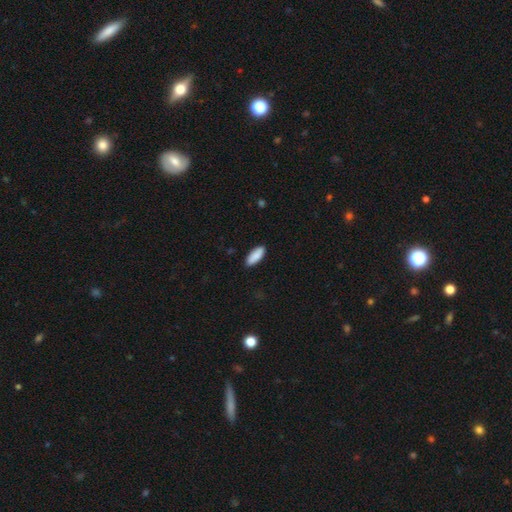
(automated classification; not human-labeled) Smooth or featured? smooth (88%)
How rounded? in between (78%)
Merging? none (88%)